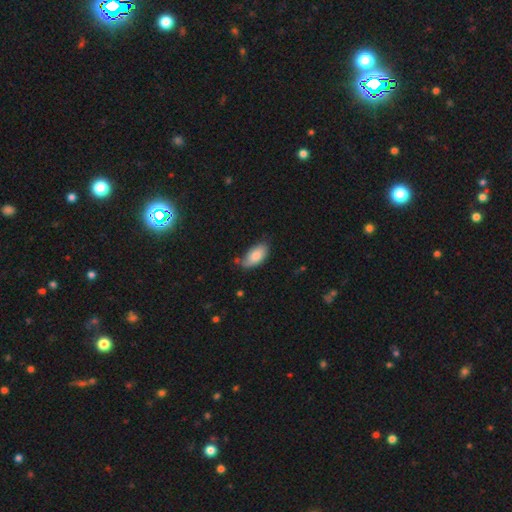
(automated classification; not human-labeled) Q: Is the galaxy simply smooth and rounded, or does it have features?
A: smooth — 82%.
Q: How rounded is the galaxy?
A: in between — 93%.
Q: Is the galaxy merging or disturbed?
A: none — 60%.